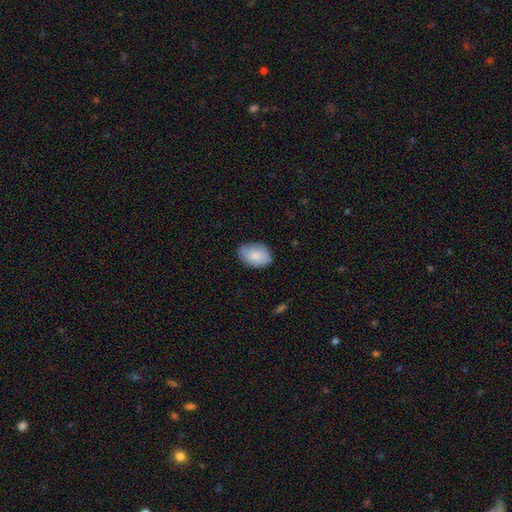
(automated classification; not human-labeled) Smooth or featured? smooth (85%)
How rounded? in between (86%)
Merging? none (81%)